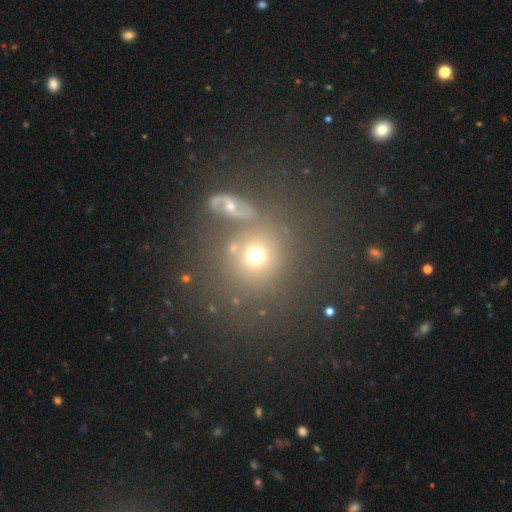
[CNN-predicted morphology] Overall: smooth (66%). How rounded: round (85%). Merging: none (64%).